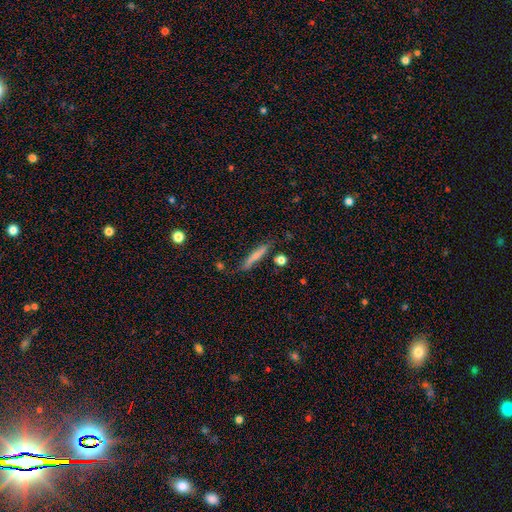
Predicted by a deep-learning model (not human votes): A smooth galaxy with no disk features (66%) that is cigar-shaped (91%).

Vote fractions:
- Smooth or featured? smooth: 66% / featured or disk: 27% / star or artifact: 7%
- How rounded? cigar-shaped: 91% / in between: 7% / round: 2%
- Merging? none: 74% / minor disturbance: 17% / merger: 4% / major disturbance: 4%